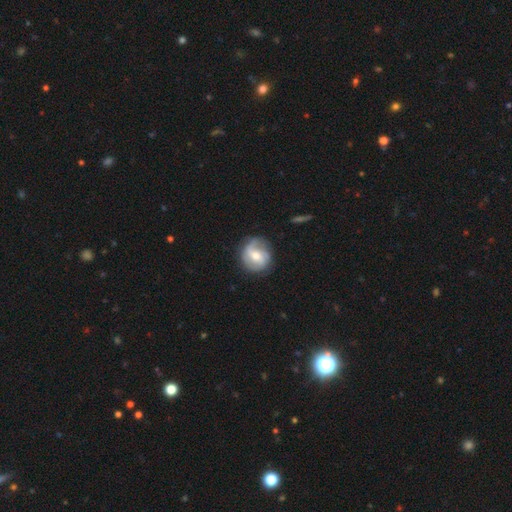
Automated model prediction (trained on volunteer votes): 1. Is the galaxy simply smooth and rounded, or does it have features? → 67% featured or disk, 27% smooth, 6% star or artifact.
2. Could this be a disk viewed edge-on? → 97% no, 3% yes.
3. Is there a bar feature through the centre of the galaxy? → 47% weak, 34% no, 19% strong.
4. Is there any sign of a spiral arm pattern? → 87% yes, 13% no.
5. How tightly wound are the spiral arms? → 41% medium, 30% tight, 29% loose.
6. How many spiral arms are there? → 67% 2, 15% can't tell, 8% 3, 7% 1, 2% 4, 2% more than 4.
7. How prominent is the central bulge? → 60% moderate, 35% small, 3% large, 1% none, 1% dominant.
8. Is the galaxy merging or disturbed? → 75% none, 18% minor disturbance, 6% major disturbance, 1% merger.